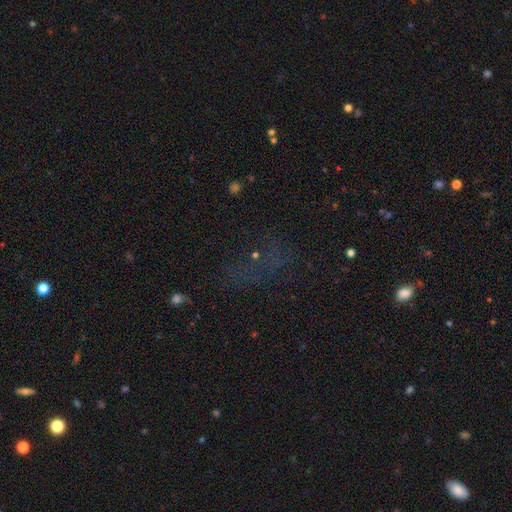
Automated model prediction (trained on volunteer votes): This is possibly a star or artifact rather than a galaxy (53%).